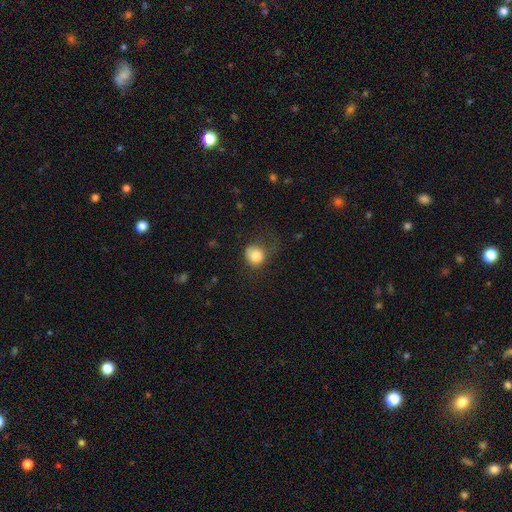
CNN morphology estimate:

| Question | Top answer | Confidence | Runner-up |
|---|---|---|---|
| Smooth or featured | smooth | 81% | star or artifact (9%) |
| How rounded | round | 81% | in between (19%) |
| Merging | none | 50% | minor disturbance (28%) |